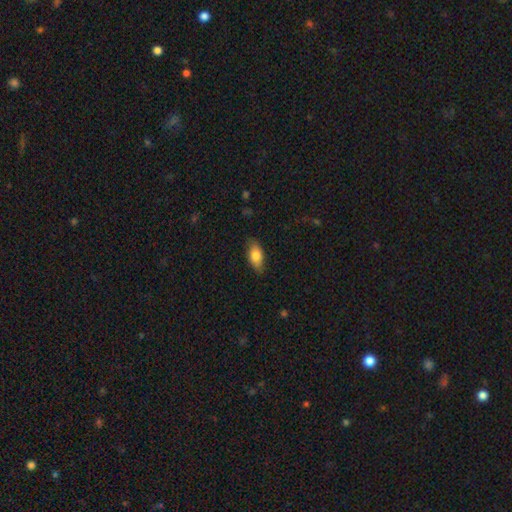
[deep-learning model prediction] Morphology: type=smooth (79%); roundness=in between (87%); merging=none (81%).